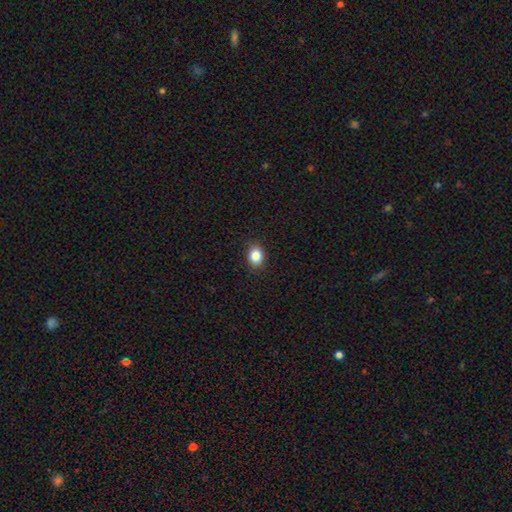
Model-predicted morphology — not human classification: The model was most divided on "how rounded": in between: 59%, round: 40%, cigar-shaped: 1%. More confident: merging — none (89%); smooth or featured — smooth (85%).